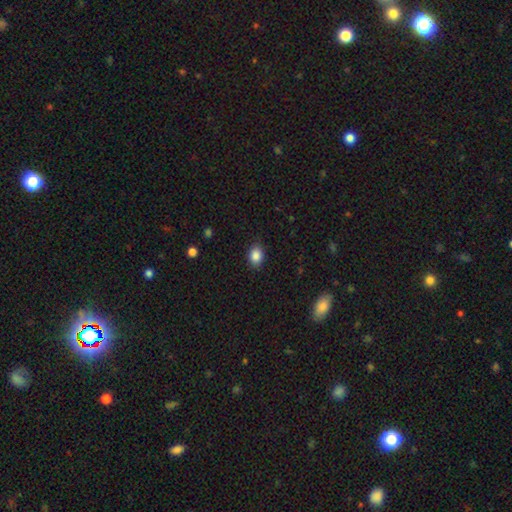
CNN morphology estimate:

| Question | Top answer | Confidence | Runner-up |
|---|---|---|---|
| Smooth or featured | smooth | 87% | star or artifact (9%) |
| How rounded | in between | 64% | round (35%) |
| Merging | none | 85% | minor disturbance (12%) |